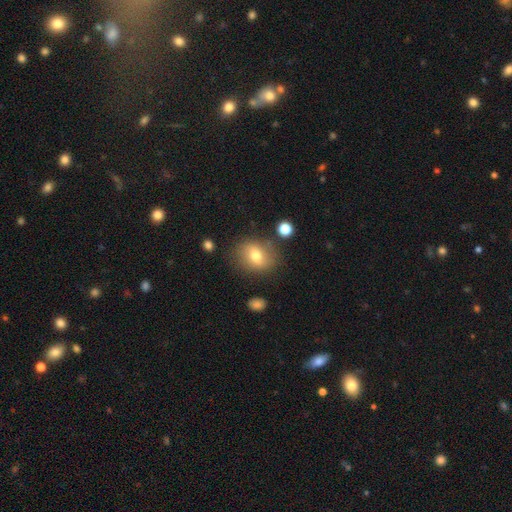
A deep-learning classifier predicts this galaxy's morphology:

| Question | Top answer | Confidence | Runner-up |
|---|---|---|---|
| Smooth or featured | smooth | 63% | featured or disk (27%) |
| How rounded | round | 55% | in between (44%) |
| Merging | none | 75% | minor disturbance (15%) |